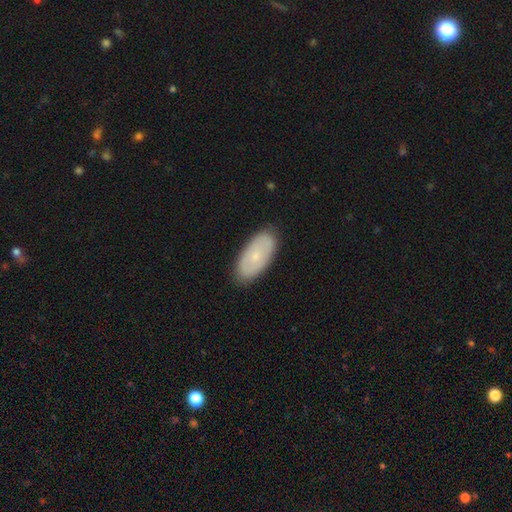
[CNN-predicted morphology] This is possibly a smooth galaxy (59%). How rounded: clearly in between (93%). Merging: clearly none (87%).